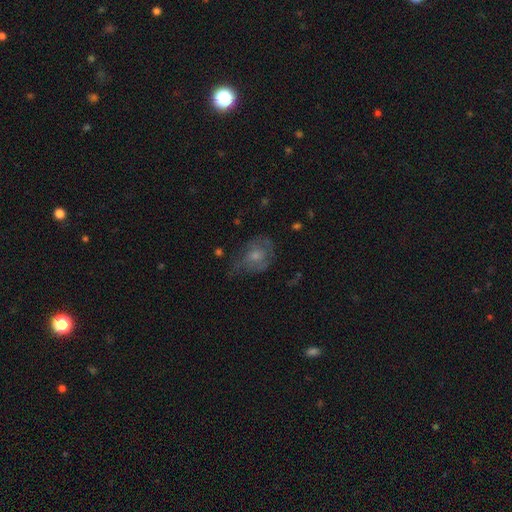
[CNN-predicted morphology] smooth 48%, featured or disk 42%, star or artifact 10%. Down the decision tree: merging — none (42%).